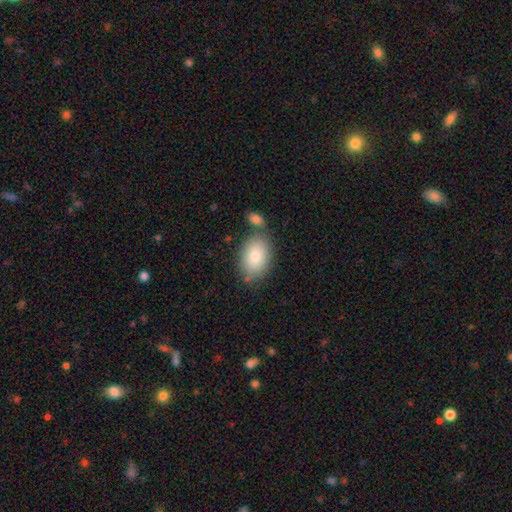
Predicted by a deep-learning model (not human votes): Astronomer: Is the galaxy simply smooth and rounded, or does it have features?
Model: smooth — 82%.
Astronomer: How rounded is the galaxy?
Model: in between — 89%.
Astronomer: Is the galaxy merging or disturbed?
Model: none — 71%.